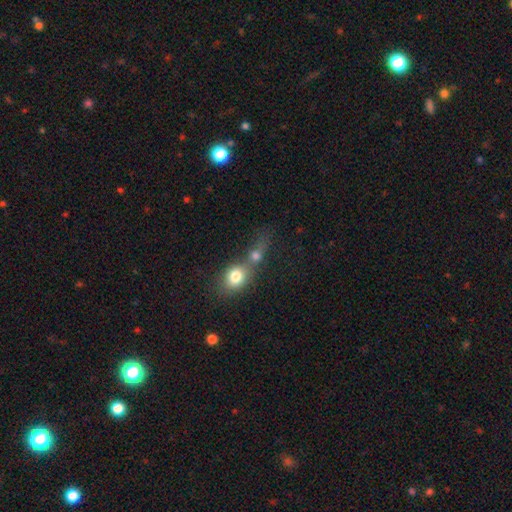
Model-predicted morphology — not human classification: Smooth or featured? smooth (73%)
How rounded? round (58%)
Merging? merger (65%)